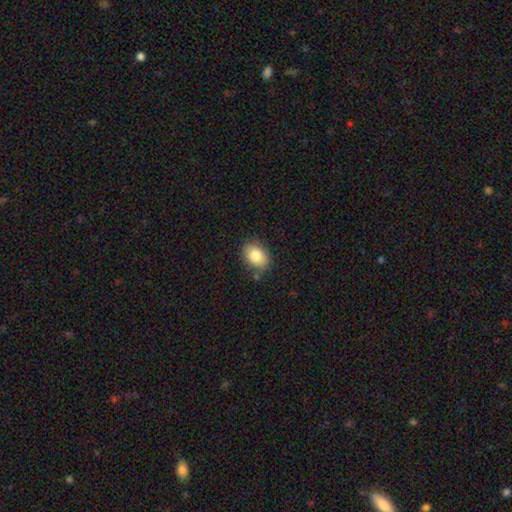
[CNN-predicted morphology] Smooth or featured? smooth (83%)
How rounded? in between (75%)
Merging? none (82%)